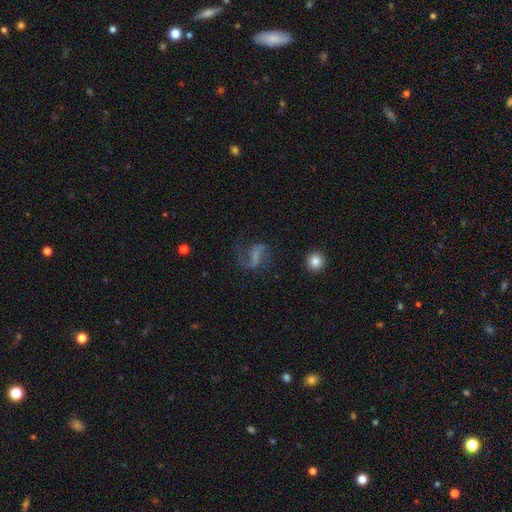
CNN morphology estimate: Smooth or featured? featured or disk (56%)
Edge-on disk? no (95%)
Bar? strong (41%)
Spiral arms? yes (76%)
Bulge size? none (66%)
Merging? none (50%)